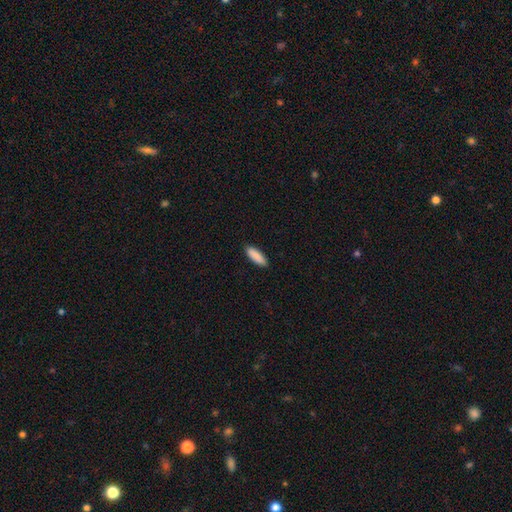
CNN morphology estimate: A smooth galaxy with no disk features (90%) that is in between round and cigar-shaped (57%).

Vote fractions:
- Smooth or featured? smooth: 90% / star or artifact: 6% / featured or disk: 4%
- How rounded? in between: 57% / cigar-shaped: 42% / round: 2%
- Merging? none: 89% / minor disturbance: 8% / major disturbance: 2% / merger: 1%